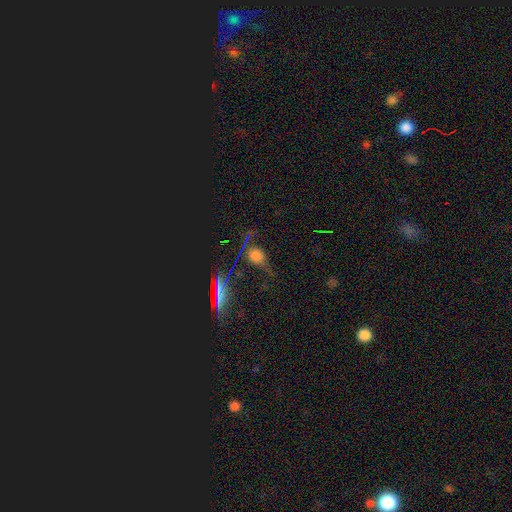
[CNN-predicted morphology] smooth 37%, featured or disk 32%, star or artifact 31%. Down the decision tree: merging — none (59%).